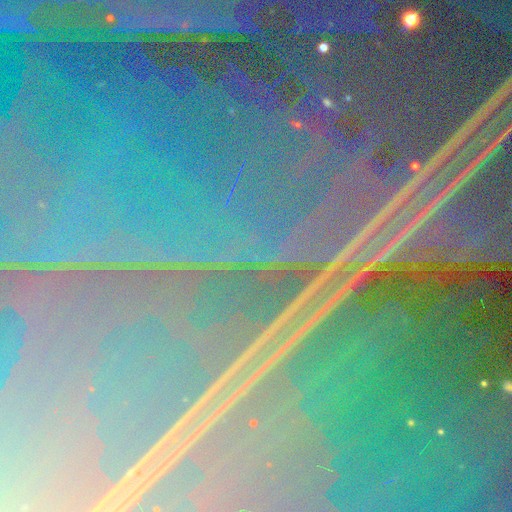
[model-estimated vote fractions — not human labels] Morphology: type=star or artifact (90%).